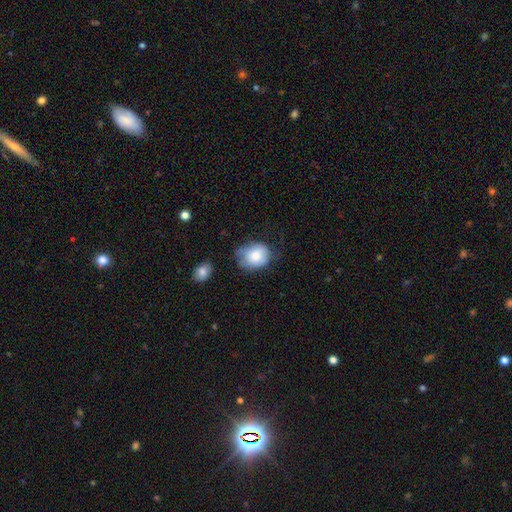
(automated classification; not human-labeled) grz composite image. It shows a smooth galaxy with no disk features (78%) that is round (50%). Merging: none (46%).